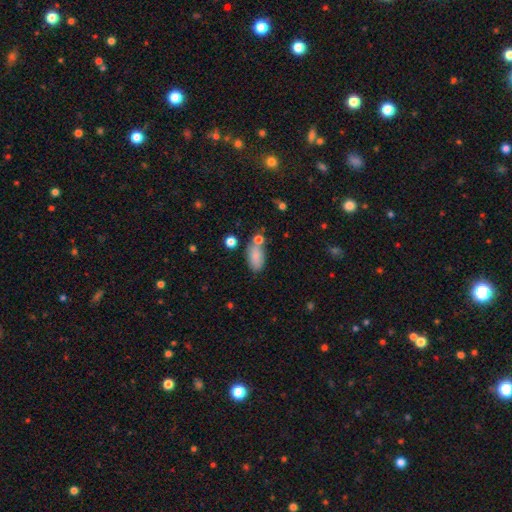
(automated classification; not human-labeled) Smooth or featured? Predicted: smooth (p=0.84). How rounded? Predicted: in between (p=0.90). Merging? Predicted: none (p=0.60).